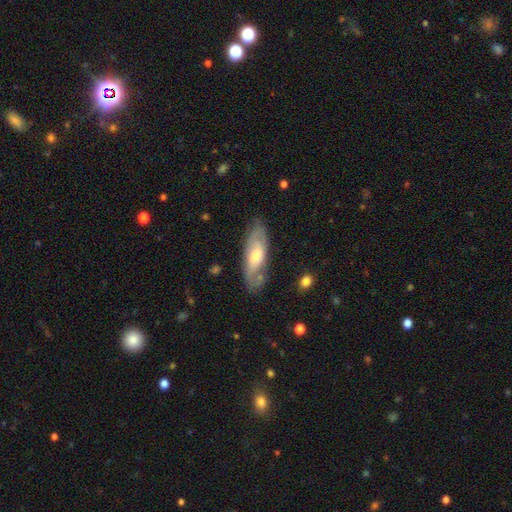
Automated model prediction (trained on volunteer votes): Overall: featured or disk (52%; smooth 42%). Edge-on disk: no (75%). Merging: none (73%).